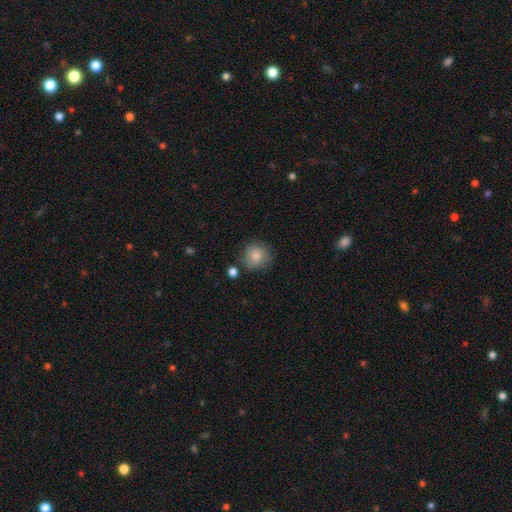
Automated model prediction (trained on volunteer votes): Morphology: type=smooth (83%); roundness=round (85%); merging=none (71%).